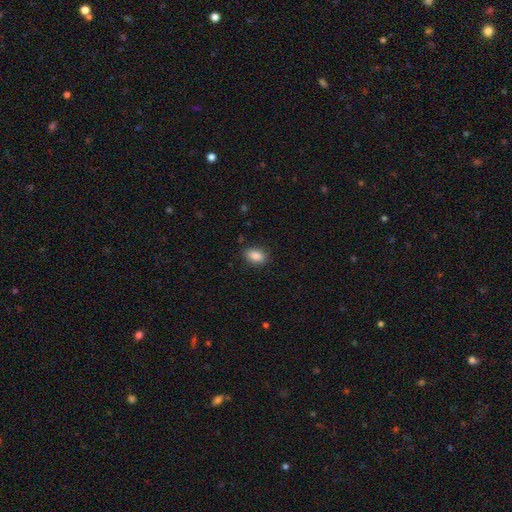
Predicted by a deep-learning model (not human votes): Overall: smooth (88%). How rounded: in between (88%). Merging: none (85%).